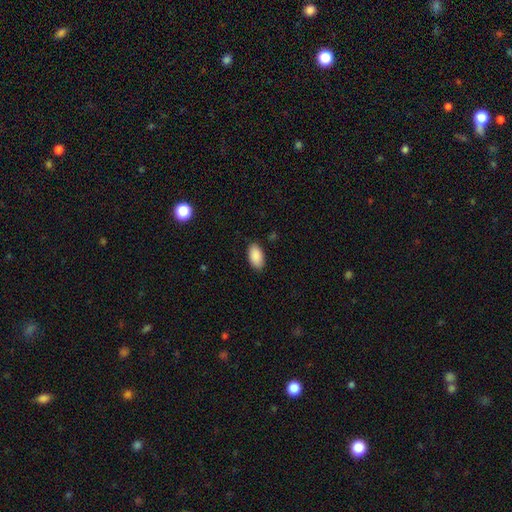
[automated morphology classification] Smooth or featured? smooth (90%)
How rounded? in between (95%)
Merging? none (86%)